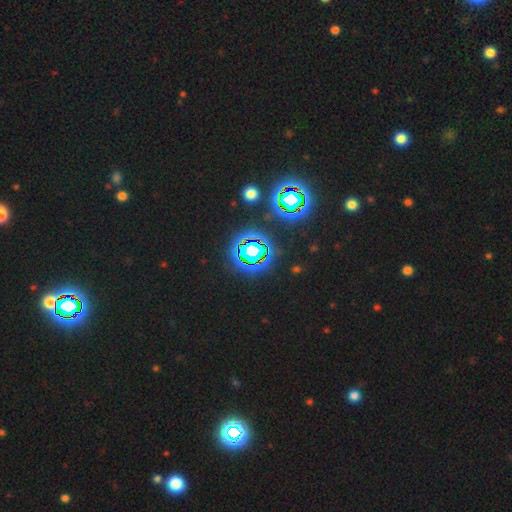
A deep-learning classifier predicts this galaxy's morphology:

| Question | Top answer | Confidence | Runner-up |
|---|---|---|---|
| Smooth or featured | star or artifact | 81% | smooth (13%) |